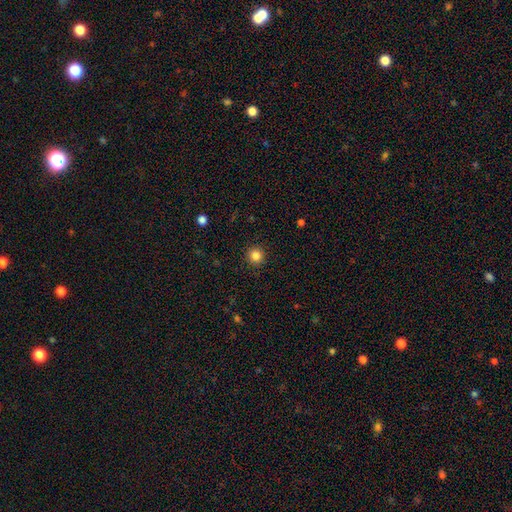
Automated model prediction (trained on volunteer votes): The model was most divided on "smooth or featured": smooth: 85%, star or artifact: 11%, featured or disk: 4%. More confident: how rounded — round (95%); merging — none (92%).